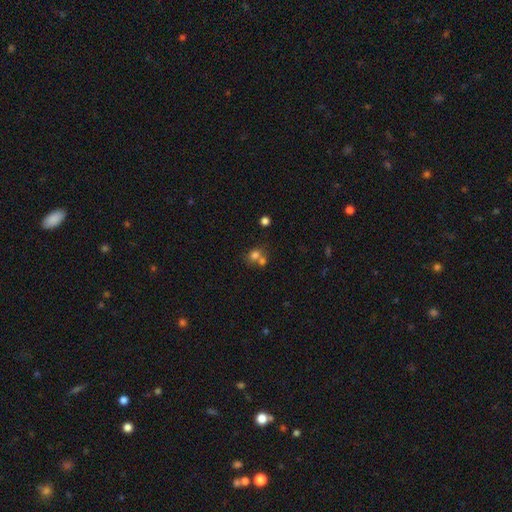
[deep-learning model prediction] smooth-or-featured: smooth: 73% | star or artifact: 15% | featured or disk: 12%
  how-rounded: round: 71% | in between: 28% | cigar-shaped: 1%
  merging: merger: 50% | none: 39% | minor disturbance: 8% | major disturbance: 4%